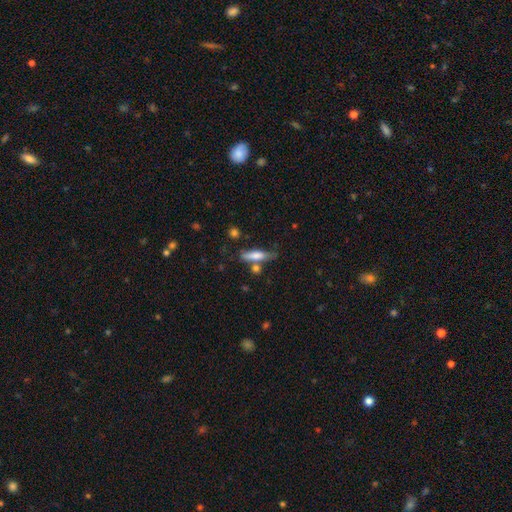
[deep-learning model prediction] Q: Smooth or featured?
A: smooth (67%); runner-up: featured or disk (26%)
Q: How rounded?
A: cigar-shaped (69%); runner-up: in between (28%)
Q: Merging?
A: none (61%); runner-up: minor disturbance (20%)